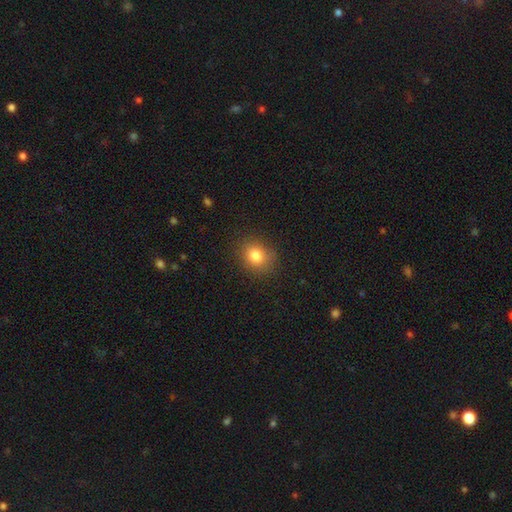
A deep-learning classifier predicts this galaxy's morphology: smooth-or-featured: smooth: 82% | star or artifact: 11% | featured or disk: 7%
  how-rounded: round: 65% | in between: 34% | cigar-shaped: 1%
  merging: none: 87% | minor disturbance: 9% | major disturbance: 3% | merger: 1%